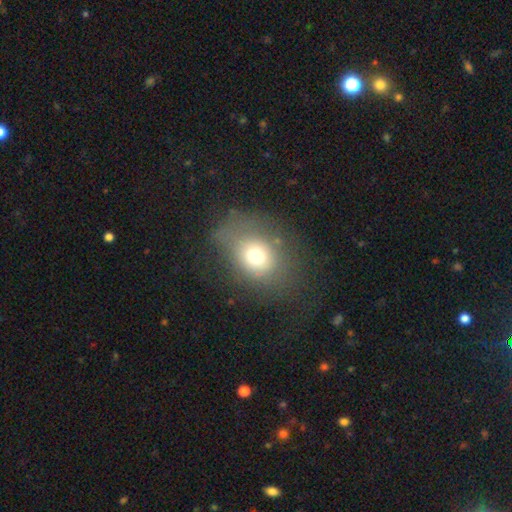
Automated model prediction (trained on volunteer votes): Smooth or featured? Predicted: smooth (p=0.67). How rounded? Predicted: round (p=0.52). Merging? Predicted: none (p=0.58).